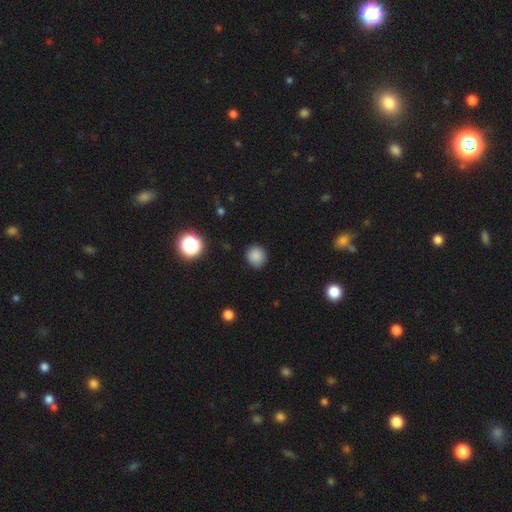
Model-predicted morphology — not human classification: Smooth or featured? smooth (85%)
How rounded? round (91%)
Merging? none (88%)